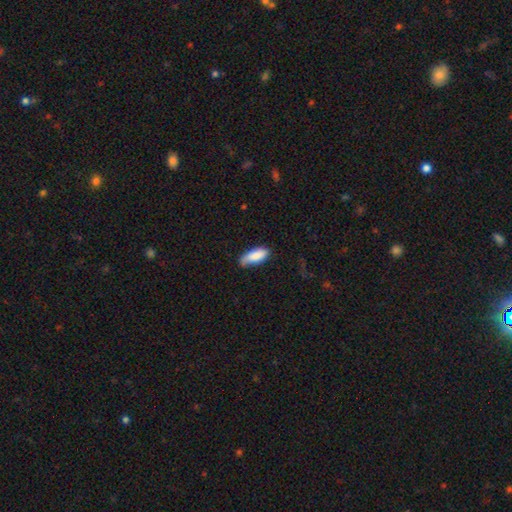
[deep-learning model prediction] Q: Smooth or featured?
A: smooth (86%); runner-up: featured or disk (9%)
Q: How rounded?
A: in between (74%); runner-up: cigar-shaped (24%)
Q: Merging?
A: none (66%); runner-up: minor disturbance (28%)